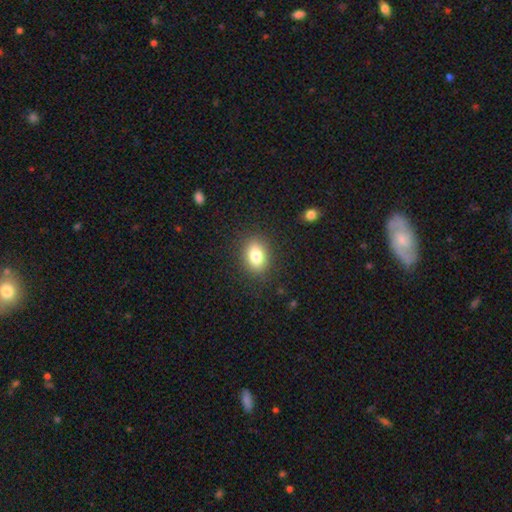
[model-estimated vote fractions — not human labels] smooth-or-featured: smooth: 81% | star or artifact: 10% | featured or disk: 10%
  how-rounded: in between: 74% | round: 24% | cigar-shaped: 2%
  merging: none: 87% | minor disturbance: 9% | major disturbance: 3% | merger: 1%